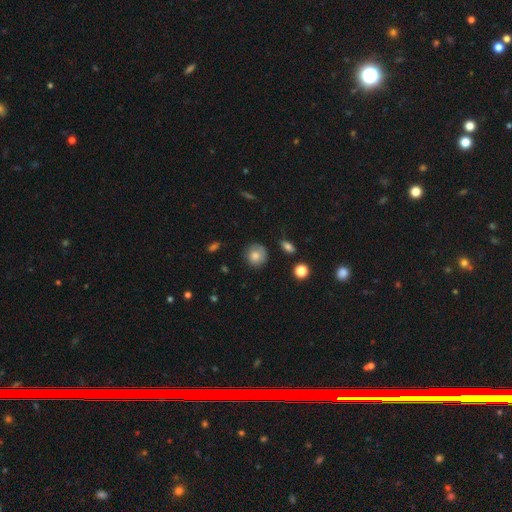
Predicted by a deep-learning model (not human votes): Smooth or featured? smooth (77%)
How rounded? round (89%)
Merging? none (76%)